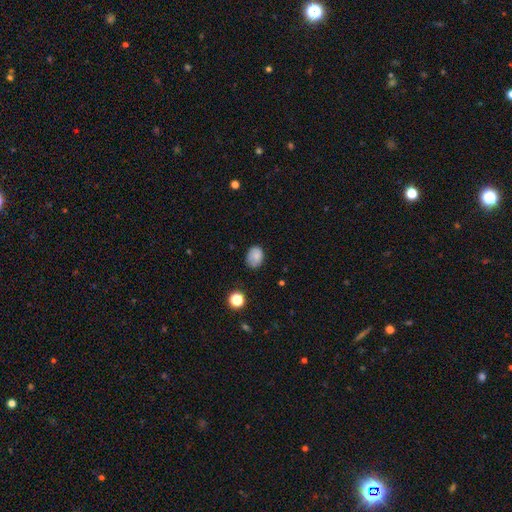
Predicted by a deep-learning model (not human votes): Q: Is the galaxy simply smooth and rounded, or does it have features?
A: smooth — 80%.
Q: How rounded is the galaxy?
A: in between — 66%.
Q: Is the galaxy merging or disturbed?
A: none — 71%.